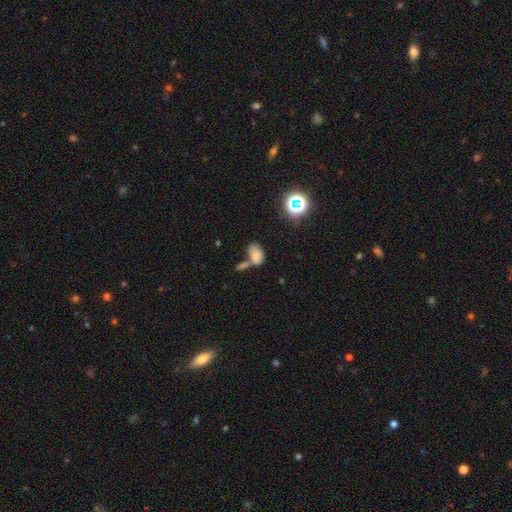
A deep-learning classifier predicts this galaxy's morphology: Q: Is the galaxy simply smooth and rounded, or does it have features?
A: smooth — 74%.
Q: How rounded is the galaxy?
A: in between — 89%.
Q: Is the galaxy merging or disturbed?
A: merger — 46%.